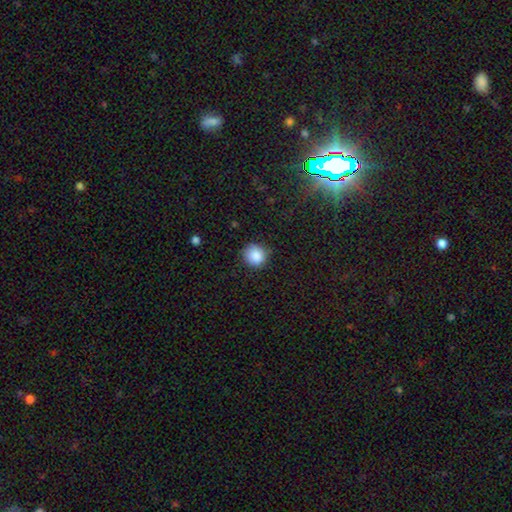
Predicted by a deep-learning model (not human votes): smooth-or-featured: smooth: 87% | star or artifact: 9% | featured or disk: 4%
  how-rounded: round: 91% | in between: 8% | cigar-shaped: 1%
  merging: none: 83% | minor disturbance: 13% | major disturbance: 3% | merger: 1%